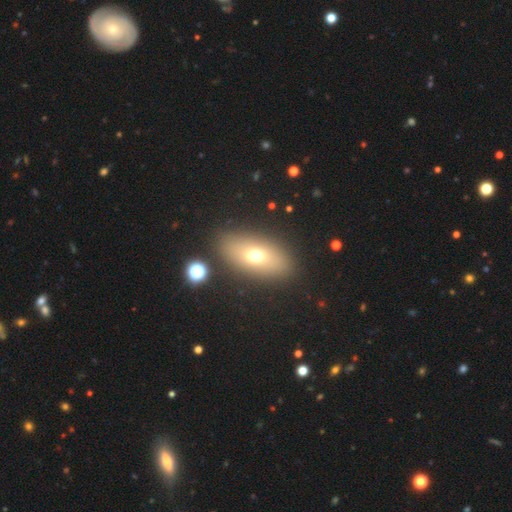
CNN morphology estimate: Smooth or featured? Predicted: smooth (p=0.64). How rounded? Predicted: in between (p=0.82). Merging? Predicted: none (p=0.85).